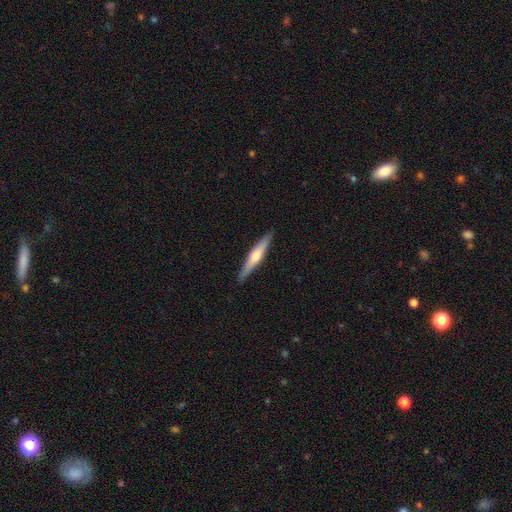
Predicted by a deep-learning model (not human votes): smooth_or_featured: featured or disk (p=0.56) [alt: smooth p=0.39]
disk_edge_on: yes (p=0.96) [alt: no p=0.04]
edge_on_bulge: rounded (p=0.85) [alt: none p=0.08]
merging: none (p=0.90) [alt: minor disturbance p=0.07]